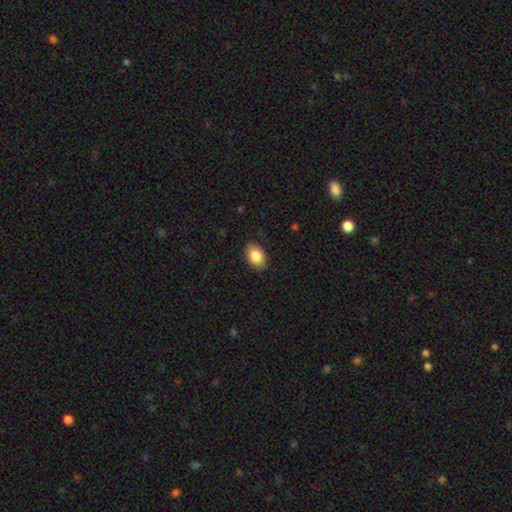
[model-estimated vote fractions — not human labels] A smooth galaxy with no disk features (85%) that is in between round and cigar-shaped (86%). Merging: none (87%).